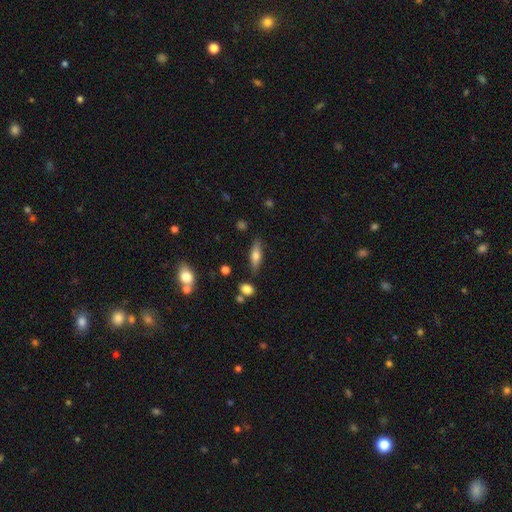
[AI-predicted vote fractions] Q: Smooth or featured?
A: smooth (55%); runner-up: featured or disk (37%)
Q: How rounded?
A: in between (49%); runner-up: cigar-shaped (48%)
Q: Merging?
A: none (81%); runner-up: minor disturbance (12%)